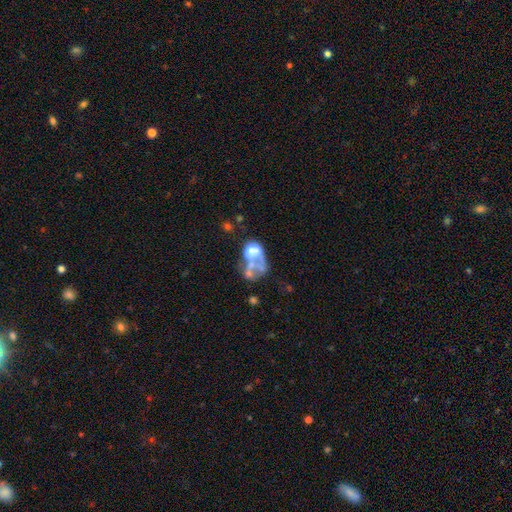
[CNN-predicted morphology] smooth-or-featured: featured or disk: 52% | smooth: 33% | star or artifact: 15%
  disk-edge-on: no: 98% | yes: 2%
    bar: no: 93% | weak: 5% | strong: 2%
    has-spiral-arms: no: 95% | yes: 5%
    bulge-size: none: 59% | moderate: 18% | large: 10% | small: 8% | dominant: 4%
  merging: merger: 44% | major disturbance: 27% | none: 18% | minor disturbance: 11%